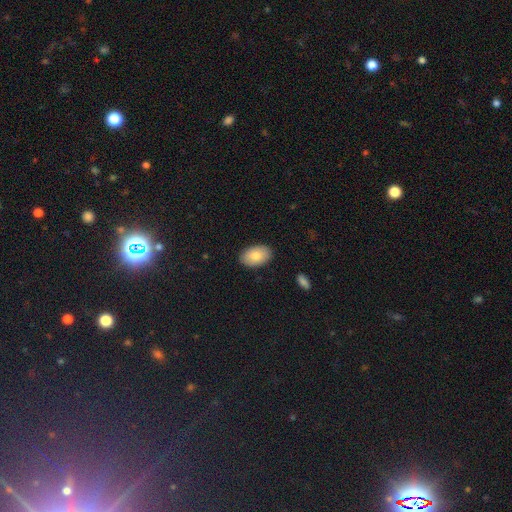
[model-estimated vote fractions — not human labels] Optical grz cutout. It shows a smooth galaxy with no disk features (83%) that is in between round and cigar-shaped (93%). Merging: none (88%).